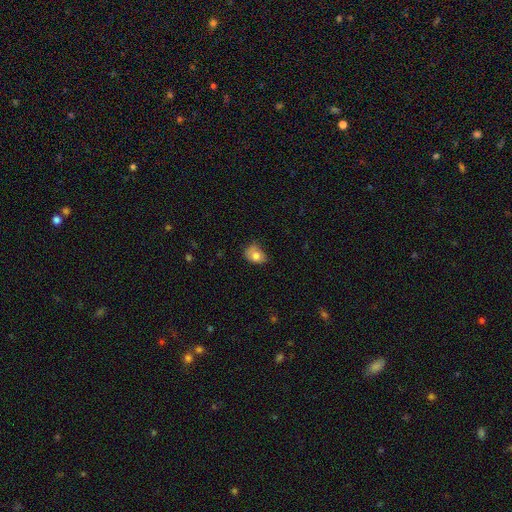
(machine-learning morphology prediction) Smooth or featured? smooth (77%)
How rounded? in between (71%)
Merging? none (48%)